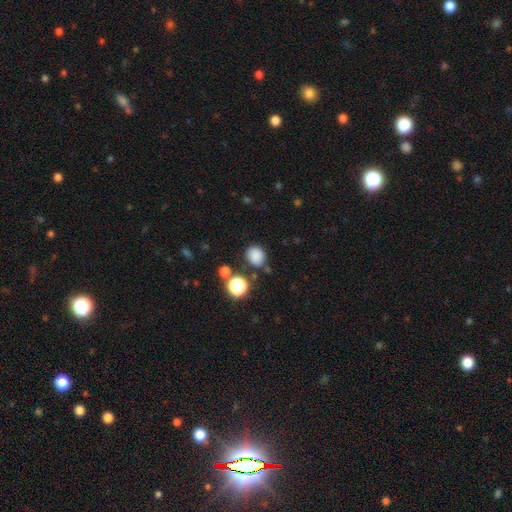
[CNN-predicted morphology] type=smooth (82%); roundness=round (74%); merging=none (75%).